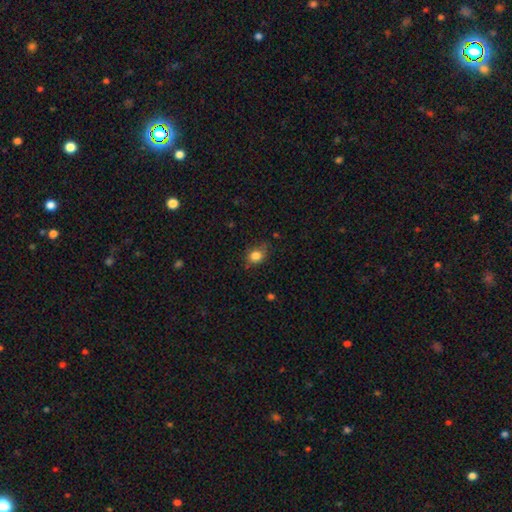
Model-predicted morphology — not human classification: Overall: smooth (83%). How rounded: round (56%; in between 43%). Merging: none (70%).